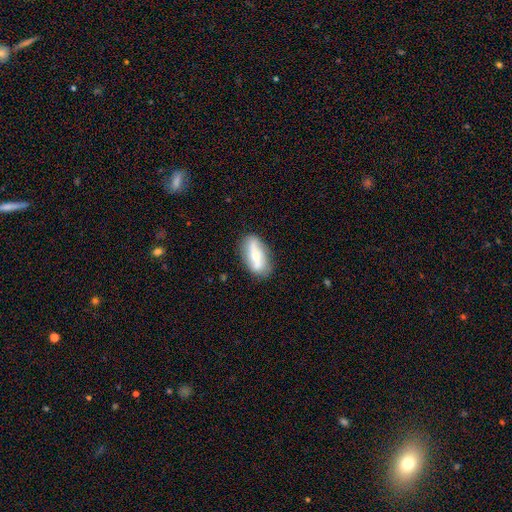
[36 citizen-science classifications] A featured or disk galaxy (67%) with a strong bar (47%), 2 (100%) loose (80%) spiral arms (53%) and a moderate central bulge (53%).

Vote fractions:
- Smooth or featured? featured or disk: 67% / smooth: 33% / star or artifact: 0%
- Edge-on disk? no: 79% / yes: 21%
- Bar? strong: 47% / no: 37% / weak: 16%
- Spiral arms? yes: 53% / no: 47%
- Spiral winding? loose: 80% / medium: 20% / tight: 0%
- Spiral arm count? 2: 100% / 1: 0% / 3: 0% / 4: 0% / more than 4: 0% / can't tell: 0%
- Bulge size? moderate: 53% / small: 42% / large: 5% / dominant: 0% / none: 0%
- Merging? none: 64% / minor disturbance: 28% / major disturbance: 6% / merger: 3%